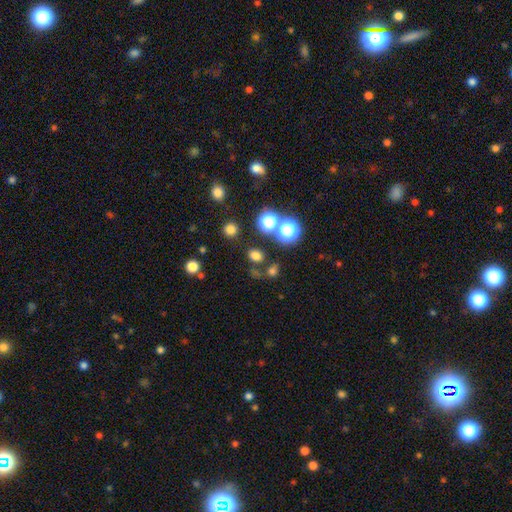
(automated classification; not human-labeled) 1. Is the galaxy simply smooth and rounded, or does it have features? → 70% smooth, 23% star or artifact, 6% featured or disk.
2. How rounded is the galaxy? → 55% round, 43% in between, 1% cigar-shaped.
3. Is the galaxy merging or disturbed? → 75% none, 11% minor disturbance, 9% merger, 5% major disturbance.